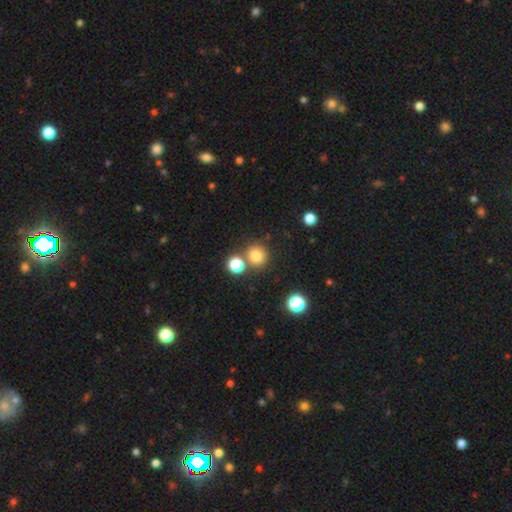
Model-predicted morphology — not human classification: smooth 80%, star or artifact 14%, featured or disk 6%. Down the decision tree: how rounded — round (91%); merging — none (73%).